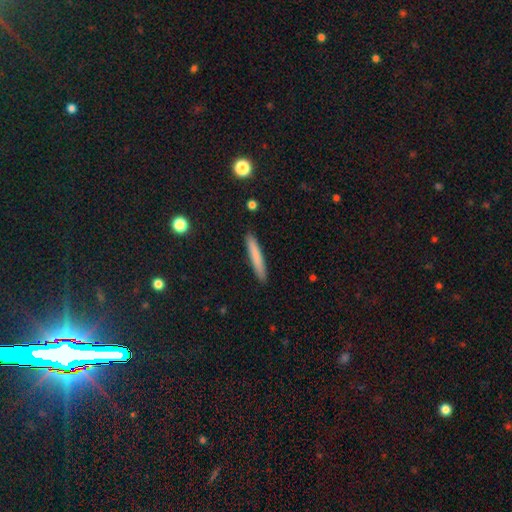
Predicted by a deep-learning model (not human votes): Morphology: type=smooth (77%); roundness=cigar-shaped (95%); merging=none (91%).